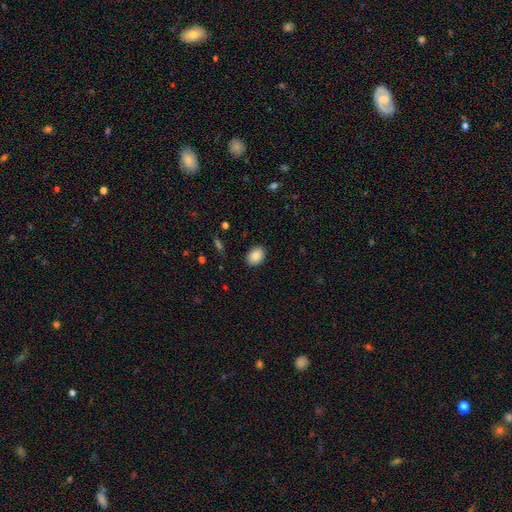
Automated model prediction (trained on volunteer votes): Overall: smooth (86%). How rounded: in between (70%). Merging: none (89%).